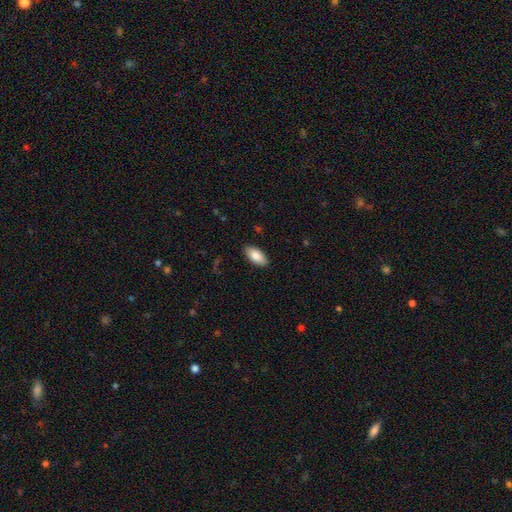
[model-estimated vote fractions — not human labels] This is clearly a smooth galaxy (85%). How rounded: clearly in between (92%). Merging: clearly none (89%).